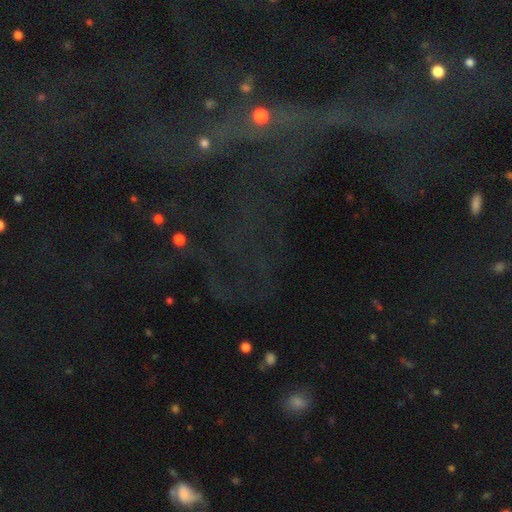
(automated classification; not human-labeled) The model was most divided on "smooth or featured": star or artifact: 76%, smooth: 12%, featured or disk: 11%.